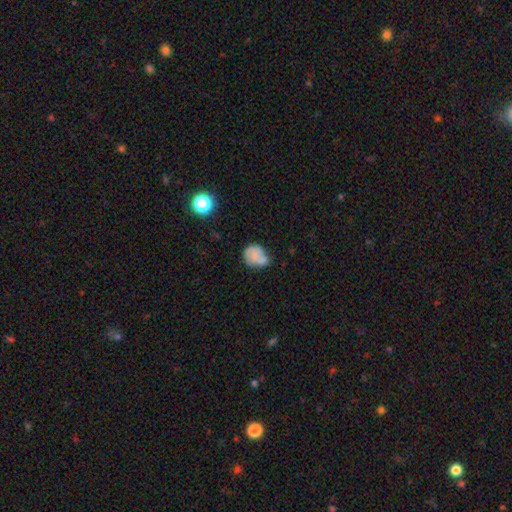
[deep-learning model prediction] Q: Smooth or featured?
A: smooth (55%); runner-up: featured or disk (35%)
Q: How rounded?
A: round (54%); runner-up: in between (45%)
Q: Merging?
A: none (46%); runner-up: minor disturbance (32%)